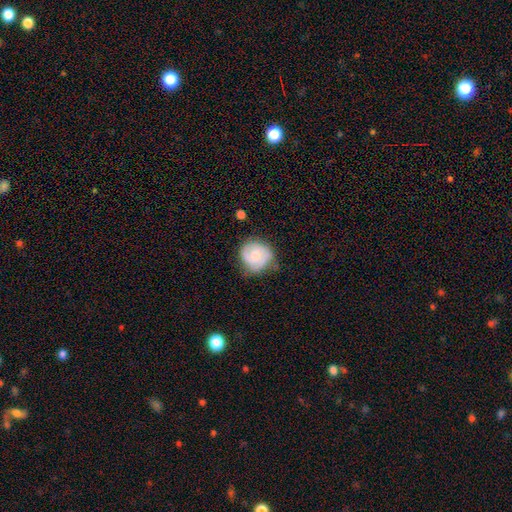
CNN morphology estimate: Smooth or featured? Predicted: featured or disk (p=0.52). Edge-on disk? Predicted: no (p=0.98). Bar? Predicted: no (p=0.68). Spiral arms? Predicted: yes (p=0.83). Bulge size? Predicted: moderate (p=0.48). Merging? Predicted: none (p=0.59).